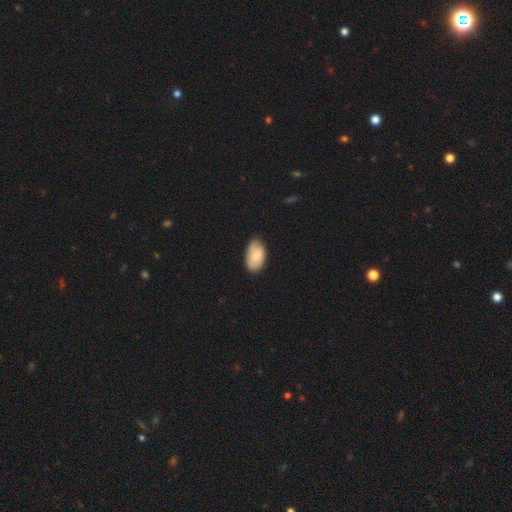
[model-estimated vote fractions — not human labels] The model was most divided on "merging": none: 69%, minor disturbance: 25%, major disturbance: 4%, merger: 1%. More confident: how rounded — in between (94%); smooth or featured — smooth (76%).